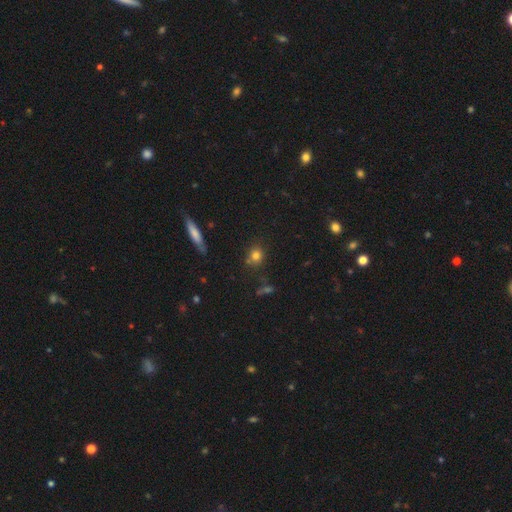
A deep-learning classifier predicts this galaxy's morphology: Smooth or featured? smooth (77%)
How rounded? round (74%)
Merging? none (75%)